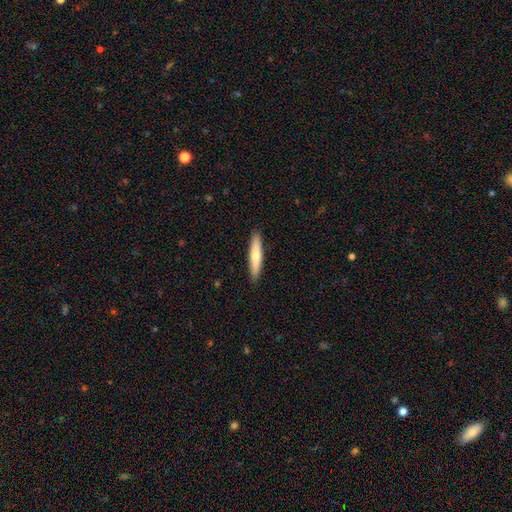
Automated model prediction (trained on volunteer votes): The model was most divided on "smooth or featured": smooth: 64%, featured or disk: 31%, star or artifact: 5%. More confident: merging — none (90%); how rounded — cigar-shaped (88%).